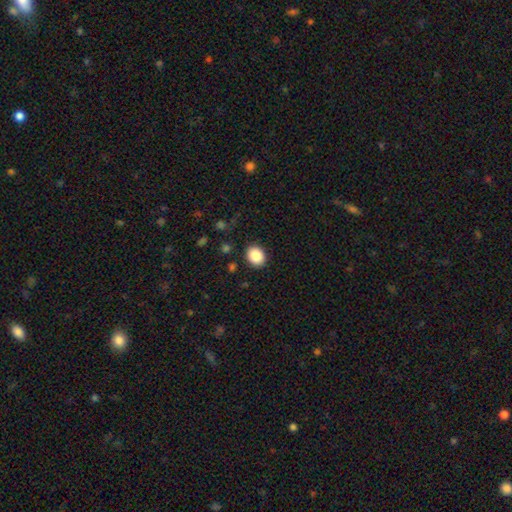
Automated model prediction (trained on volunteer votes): Smooth or featured? smooth (87%)
How rounded? round (58%)
Merging? none (89%)